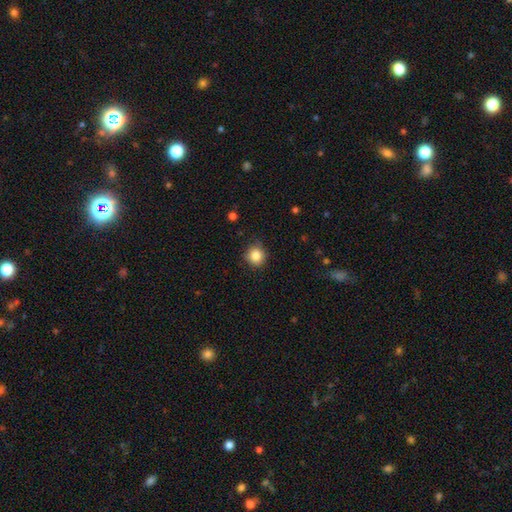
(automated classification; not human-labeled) This is clearly a smooth galaxy (84%). How rounded: clearly round (91%). Merging: clearly none (84%).